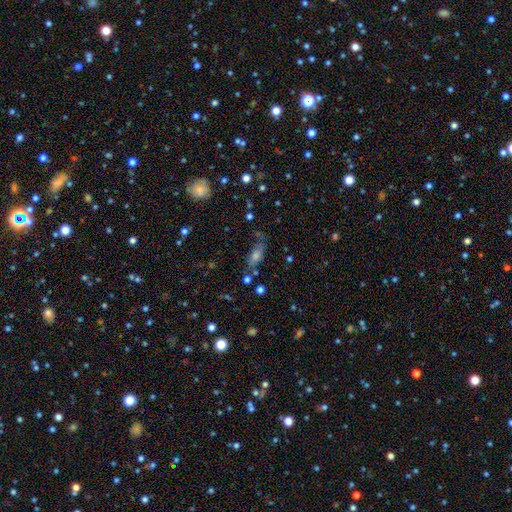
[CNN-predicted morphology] A smooth galaxy with no disk features (55%) that is in between round and cigar-shaped (69%).

Vote fractions:
- Smooth or featured? smooth: 55% / featured or disk: 24% / star or artifact: 20%
- How rounded? in between: 69% / cigar-shaped: 24% / round: 8%
- Merging? none: 59% / minor disturbance: 22% / major disturbance: 12% / merger: 8%